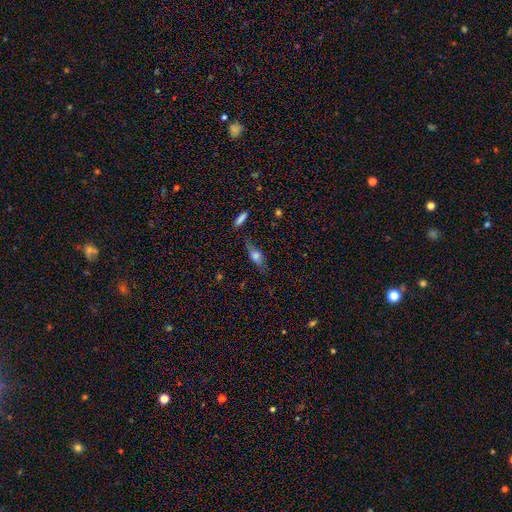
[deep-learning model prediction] Q: Smooth or featured?
A: smooth (59%); runner-up: featured or disk (31%)
Q: How rounded?
A: in between (56%); runner-up: cigar-shaped (39%)
Q: Merging?
A: none (72%); runner-up: minor disturbance (19%)